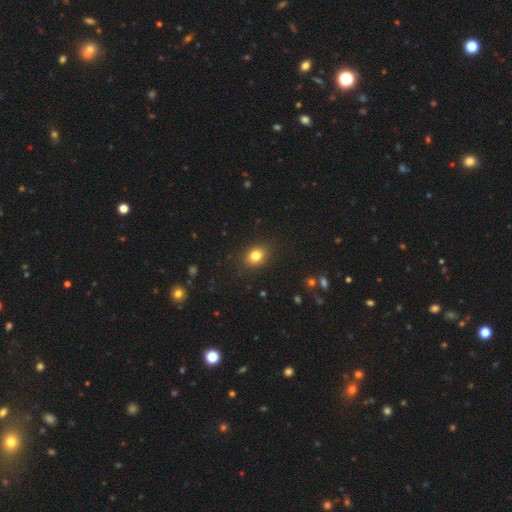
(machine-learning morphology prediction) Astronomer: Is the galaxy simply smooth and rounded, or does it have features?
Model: smooth — 81%.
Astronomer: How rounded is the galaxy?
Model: in between — 54% (runner-up: round, 45%).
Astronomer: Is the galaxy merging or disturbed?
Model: none — 87%.